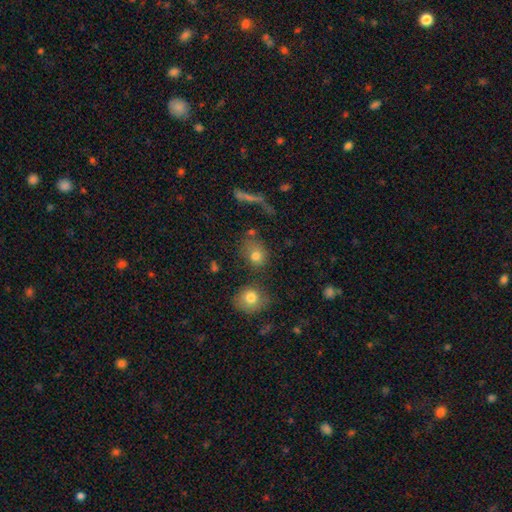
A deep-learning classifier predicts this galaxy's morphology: The model was most divided on "how rounded": round: 61%, in between: 37%, cigar-shaped: 2%. More confident: smooth or featured — smooth (77%); merging — none (63%).